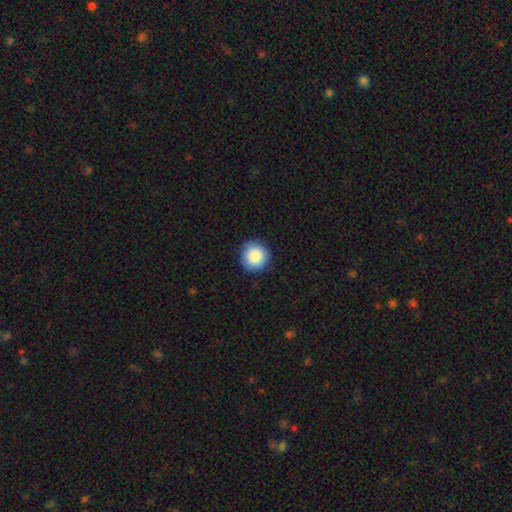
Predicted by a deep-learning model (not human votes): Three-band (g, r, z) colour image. It shows a smooth galaxy with no disk features (88%) that is round (95%). Merging: none (90%).